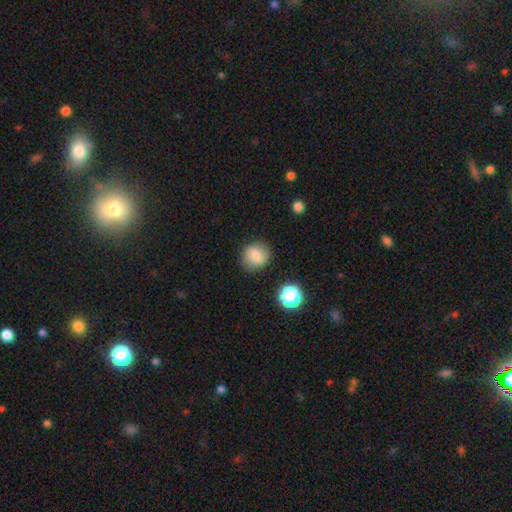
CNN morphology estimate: type=smooth (74%); roundness=round (83%); merging=none (83%).